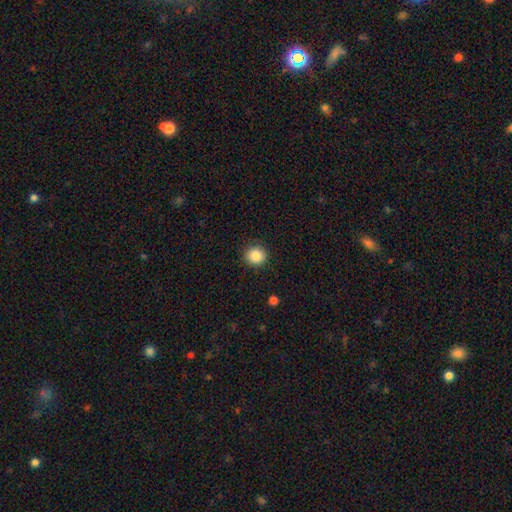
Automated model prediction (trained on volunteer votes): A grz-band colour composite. It shows a smooth galaxy with no disk features (86%) that is round (88%). Merging: none (89%).